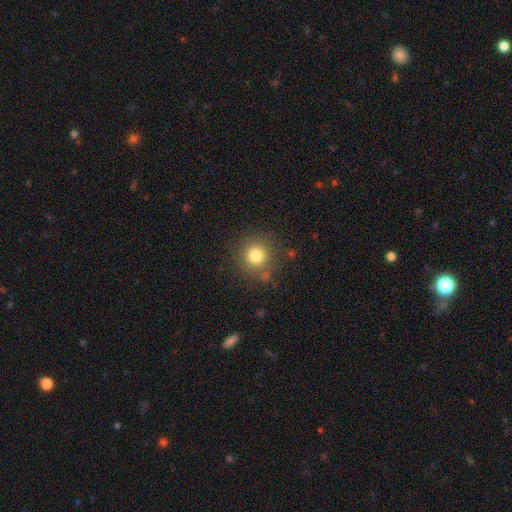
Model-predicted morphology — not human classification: Smooth or featured?
  - smooth: 79% *
  - star or artifact: 13%
  - featured or disk: 8%
How rounded?
  - round: 93% *
  - in between: 6%
  - cigar-shaped: 1%
Merging?
  - none: 83% *
  - minor disturbance: 10%
  - major disturbance: 4%
  - merger: 3%